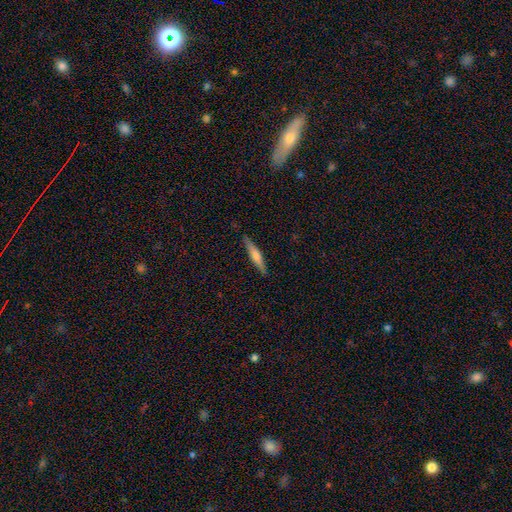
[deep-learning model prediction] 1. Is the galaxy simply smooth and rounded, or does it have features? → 52% featured or disk, 42% smooth, 6% star or artifact.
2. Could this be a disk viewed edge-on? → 97% yes, 3% no.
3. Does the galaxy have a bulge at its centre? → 72% rounded, 15% none, 13% boxy.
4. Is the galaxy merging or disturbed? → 90% none, 7% minor disturbance, 1% major disturbance, 1% merger.